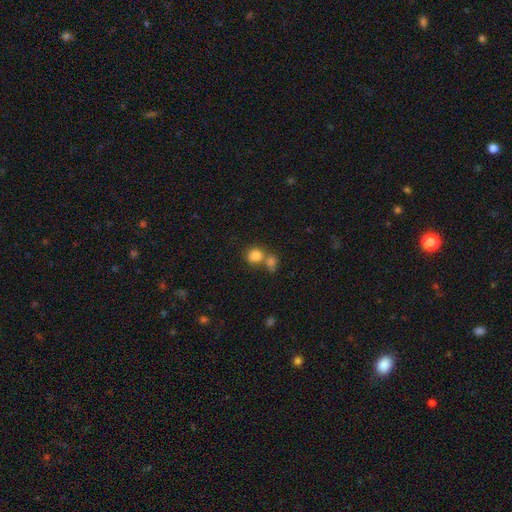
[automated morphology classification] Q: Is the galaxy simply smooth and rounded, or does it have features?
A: smooth — 83%.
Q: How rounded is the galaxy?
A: round — 77%.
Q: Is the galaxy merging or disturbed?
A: none — 44%.